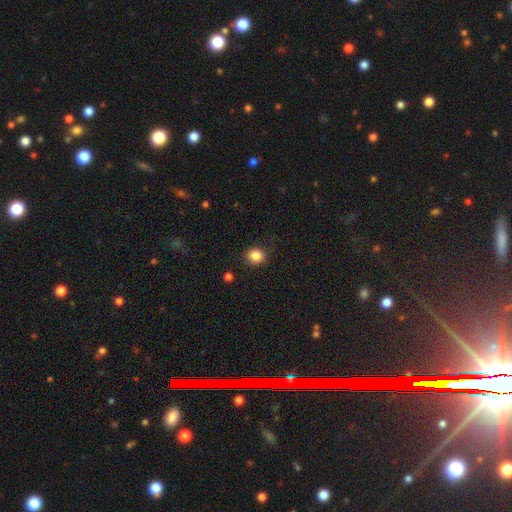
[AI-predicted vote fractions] smooth 86%, star or artifact 10%, featured or disk 4%. Down the decision tree: how rounded — round (83%); merging — none (88%).